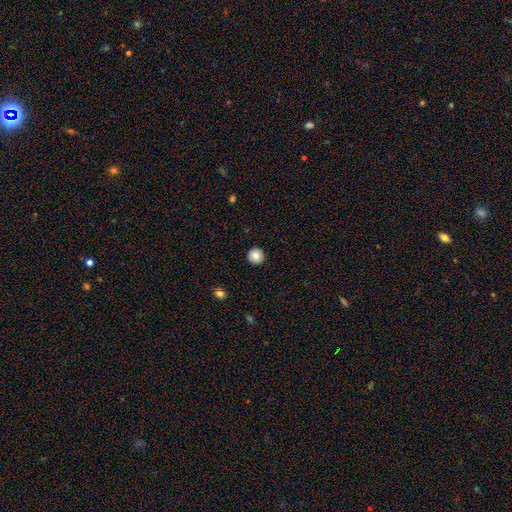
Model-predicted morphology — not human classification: This is clearly a smooth galaxy (80%). How rounded: clearly round (95%). Merging: clearly none (93%).